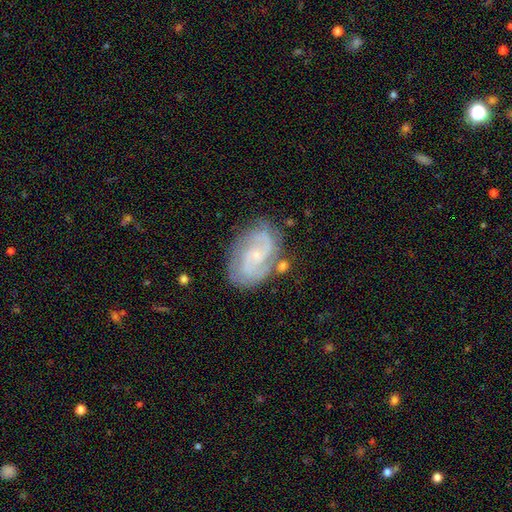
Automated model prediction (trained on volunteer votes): A featured or disk galaxy (82%) with no bar (55%), 2 (70%) medium (46%) spiral arms (96%) and a small central bulge (71%). Merging: none (71%).